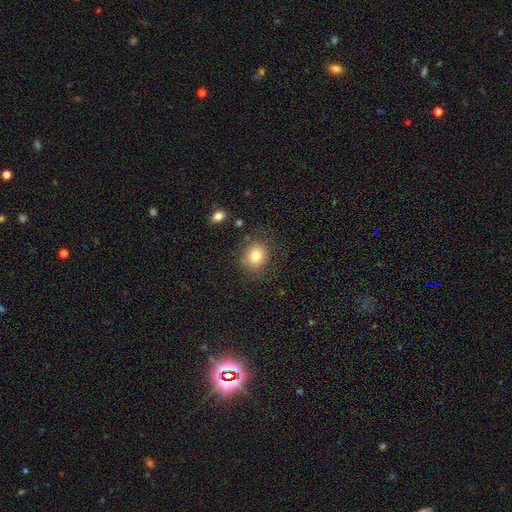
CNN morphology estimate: Smooth or featured: smooth — 81% (star or artifact — 10%)
How rounded: round — 70% (in between — 29%)
Merging: none — 80% (minor disturbance — 13%)